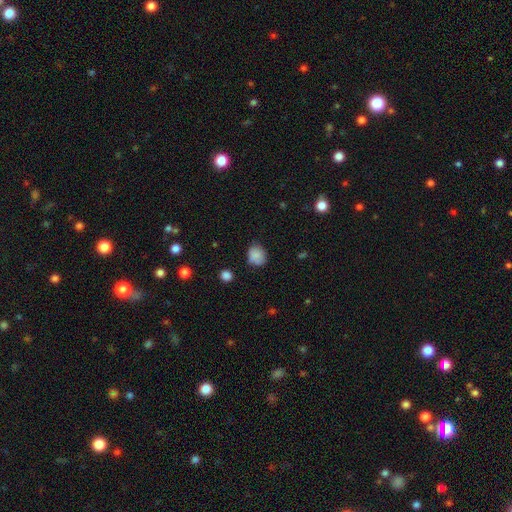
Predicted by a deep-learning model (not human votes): Smooth or featured? smooth (83%)
How rounded? round (61%)
Merging? none (67%)